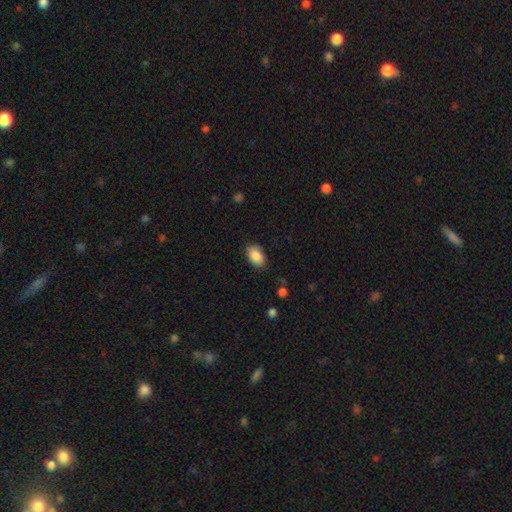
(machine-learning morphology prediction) type=smooth (87%); roundness=in between (91%); merging=none (84%).